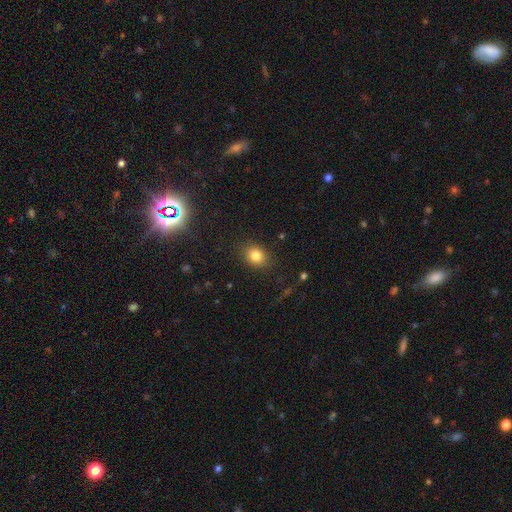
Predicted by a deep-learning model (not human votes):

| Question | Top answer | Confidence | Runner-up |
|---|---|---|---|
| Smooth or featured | smooth | 81% | star or artifact (12%) |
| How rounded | in between | 52% | round (47%) |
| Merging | none | 85% | minor disturbance (10%) |